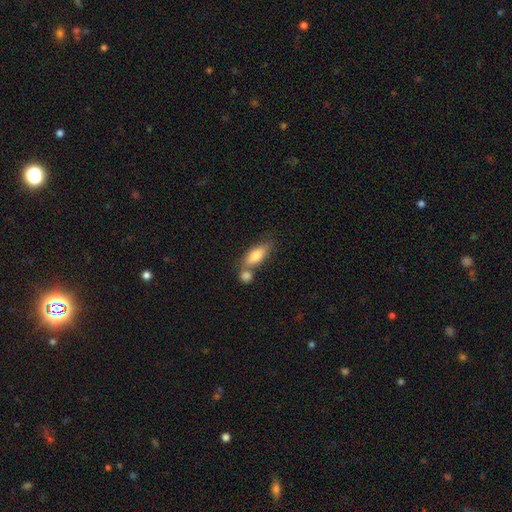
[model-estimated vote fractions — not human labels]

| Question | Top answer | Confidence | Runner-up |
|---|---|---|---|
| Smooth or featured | smooth | 76% | featured or disk (18%) |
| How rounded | in between | 75% | cigar-shaped (21%) |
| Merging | none | 42% | merger (41%) |